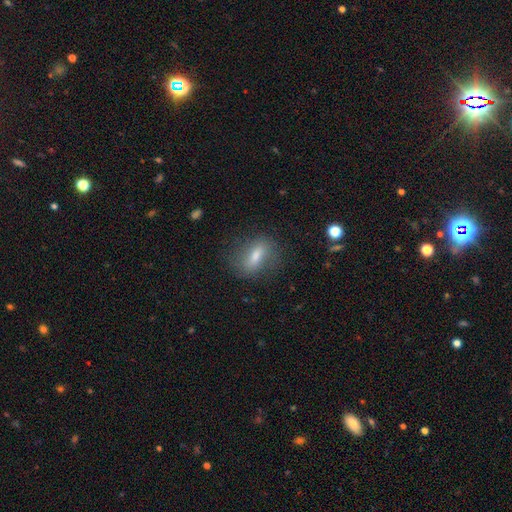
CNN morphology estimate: Q: Smooth or featured?
A: smooth (59%); runner-up: featured or disk (30%)
Q: How rounded?
A: in between (66%); runner-up: cigar-shaped (21%)
Q: Merging?
A: none (76%); runner-up: minor disturbance (16%)